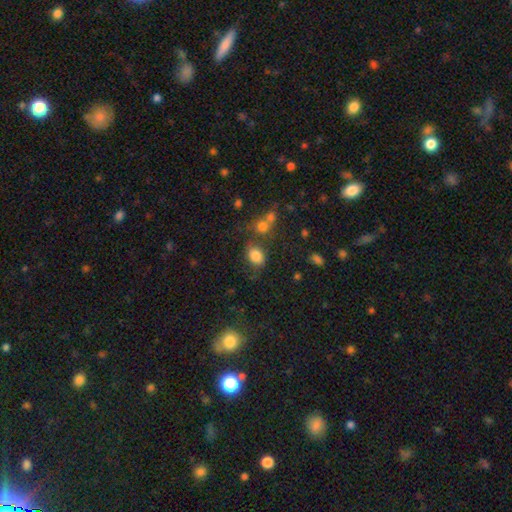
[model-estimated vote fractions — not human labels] Smooth or featured? smooth (81%)
How rounded? in between (67%)
Merging? none (63%)